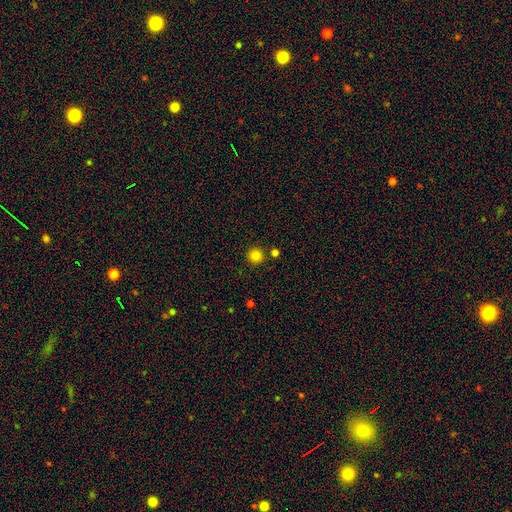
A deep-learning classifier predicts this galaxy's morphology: Smooth or featured? Predicted: smooth (p=0.83). How rounded? Predicted: round (p=0.95). Merging? Predicted: none (p=0.85).